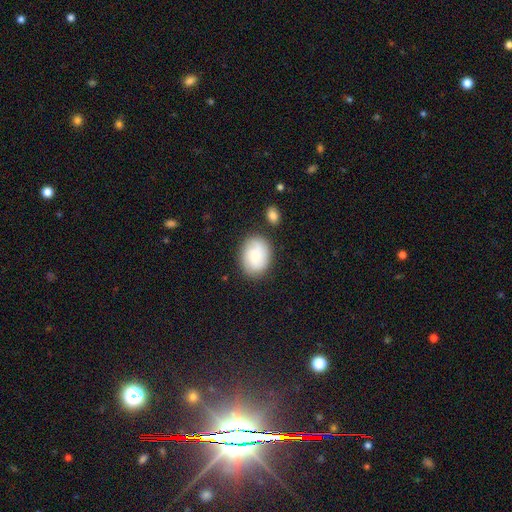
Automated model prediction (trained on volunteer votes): This is likely a smooth galaxy (61%). How rounded: likely in between (61%). Merging: likely none (78%).